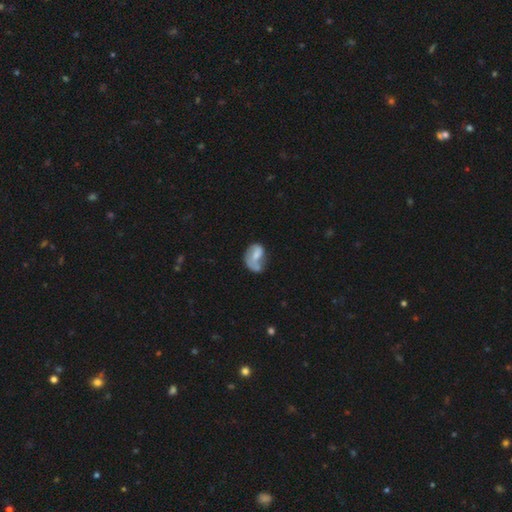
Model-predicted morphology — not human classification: A smooth galaxy with no disk features (47%).

Vote fractions:
- Smooth or featured? smooth: 47% / featured or disk: 45% / star or artifact: 8%
- Merging? major disturbance: 32% / none: 29% / minor disturbance: 25% / merger: 14%